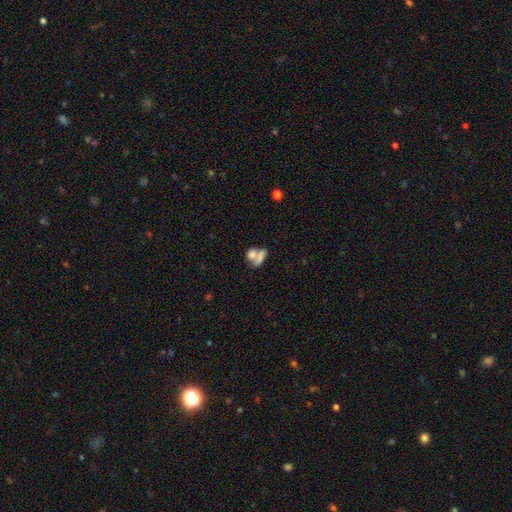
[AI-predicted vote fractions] A smooth galaxy with no disk features (72%) that is in between round and cigar-shaped (63%).

Vote fractions:
- Smooth or featured? smooth: 72% / featured or disk: 18% / star or artifact: 10%
- How rounded? in between: 63% / round: 29% / cigar-shaped: 8%
- Merging? merger: 59% / none: 26% / minor disturbance: 8% / major disturbance: 7%